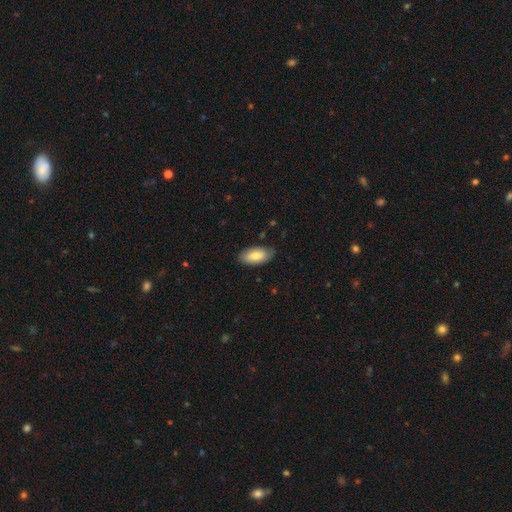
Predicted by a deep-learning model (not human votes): A smooth galaxy with no disk features (75%) that is in between round and cigar-shaped (93%). Merging: none (79%).